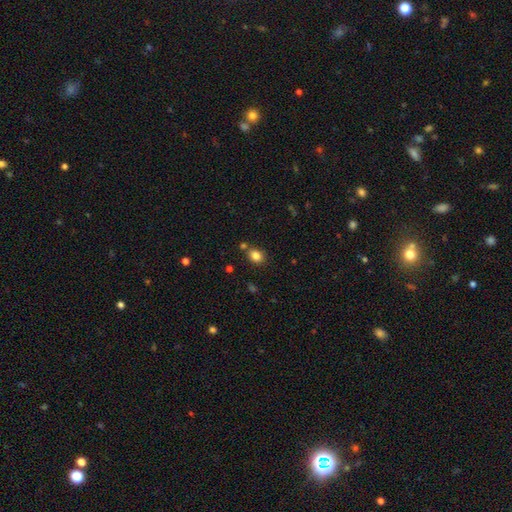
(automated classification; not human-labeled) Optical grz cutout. It shows a smooth galaxy with no disk features (83%) that is round (59%). Merging: none (77%).